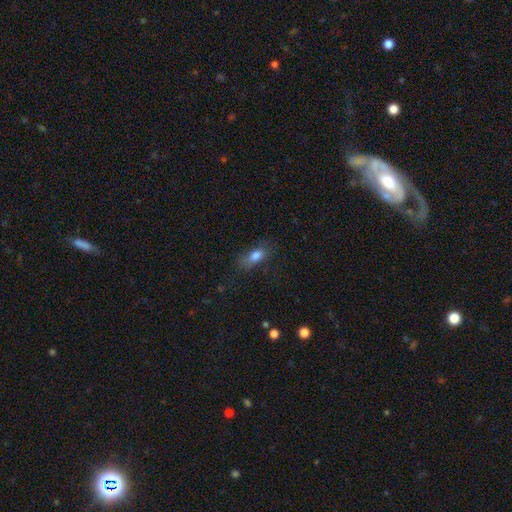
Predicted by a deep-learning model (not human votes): This appears to be a smooth galaxy with no disk features (79%) that is in between round and cigar-shaped (78%). Merging: none (63%).